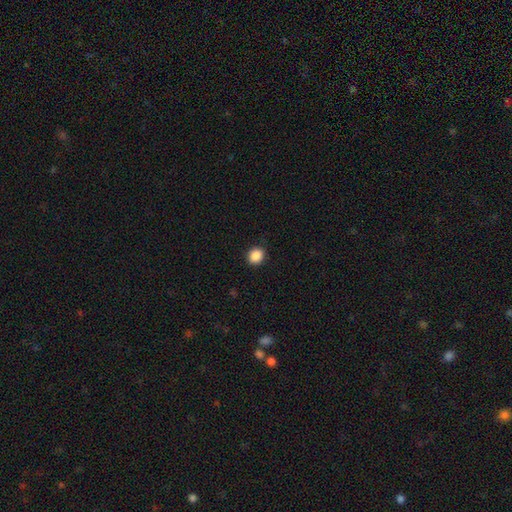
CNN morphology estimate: Smooth or featured: smooth — 88% (star or artifact — 9%)
How rounded: round — 71% (in between — 28%)
Merging: none — 89% (minor disturbance — 8%)